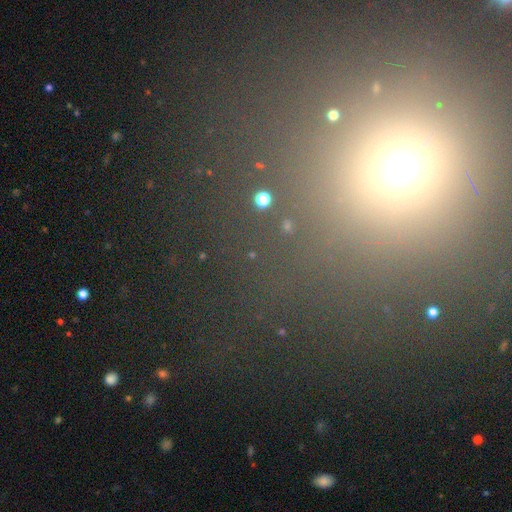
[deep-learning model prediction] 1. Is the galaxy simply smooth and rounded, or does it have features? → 50% star or artifact, 41% smooth, 9% featured or disk.